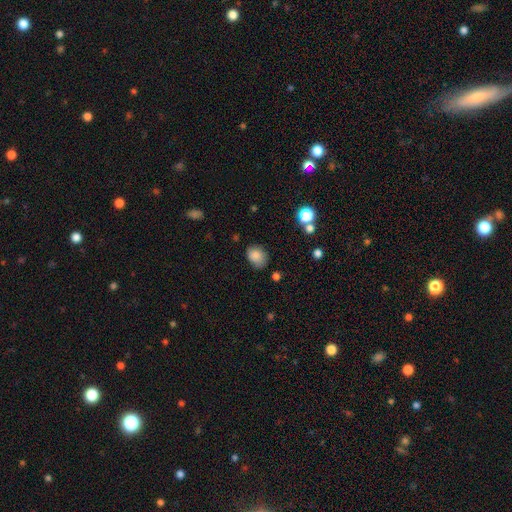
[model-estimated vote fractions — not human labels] Morphology: type=smooth (85%); roundness=in between (67%); merging=none (70%).